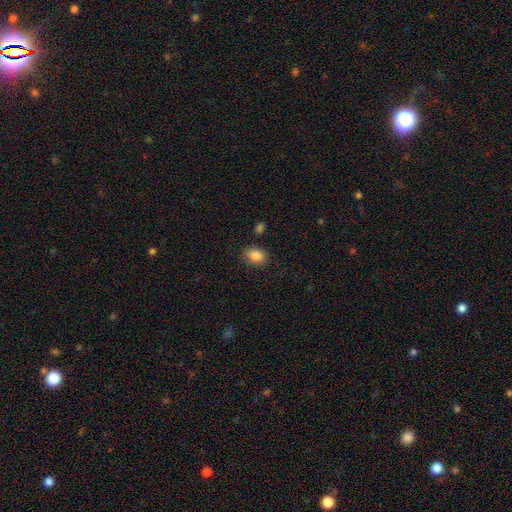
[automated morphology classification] This is clearly a smooth galaxy (85%). How rounded: likely in between (72%). Merging: clearly none (83%).